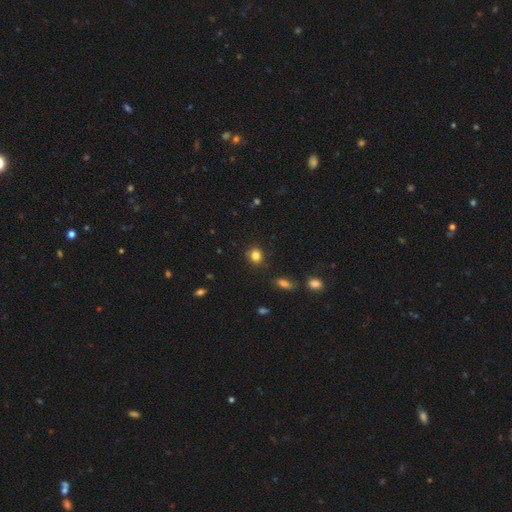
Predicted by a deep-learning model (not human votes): This appears to be a smooth galaxy with no disk features (83%) that is round (74%). Merging: none (83%).